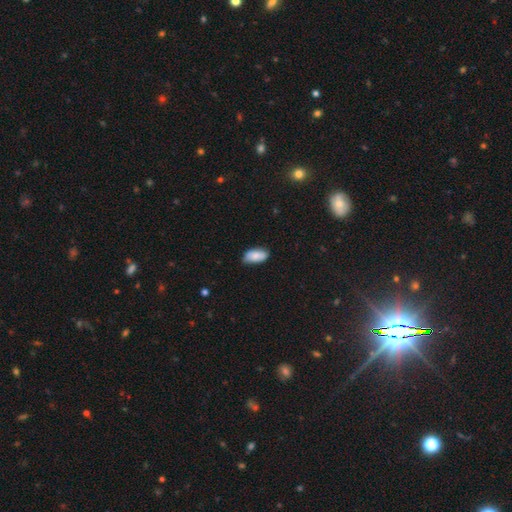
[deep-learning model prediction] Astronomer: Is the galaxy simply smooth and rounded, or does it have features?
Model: smooth — 86%.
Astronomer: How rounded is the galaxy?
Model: in between — 94%.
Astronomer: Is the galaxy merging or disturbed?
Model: none — 77%.